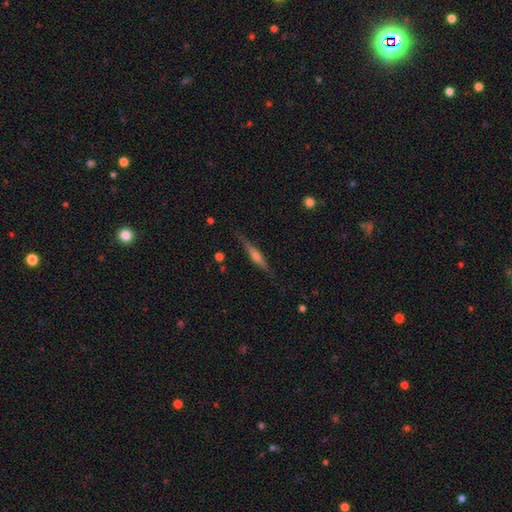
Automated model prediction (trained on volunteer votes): A featured or disk galaxy (65%) viewed edge-on (96%) with a rounded central bulge (64%). Merging: none (84%).